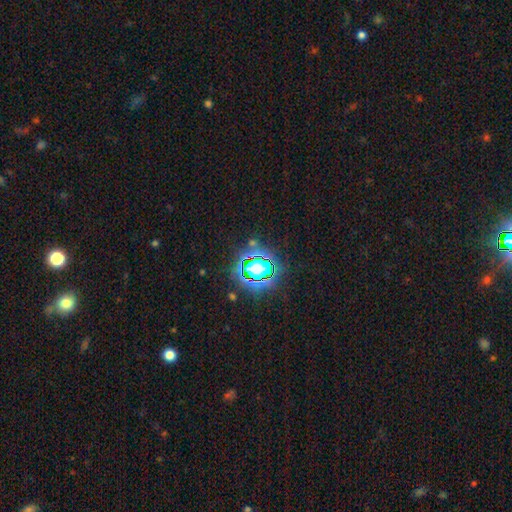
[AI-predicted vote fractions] star or artifact 80%, smooth 13%, featured or disk 7%.